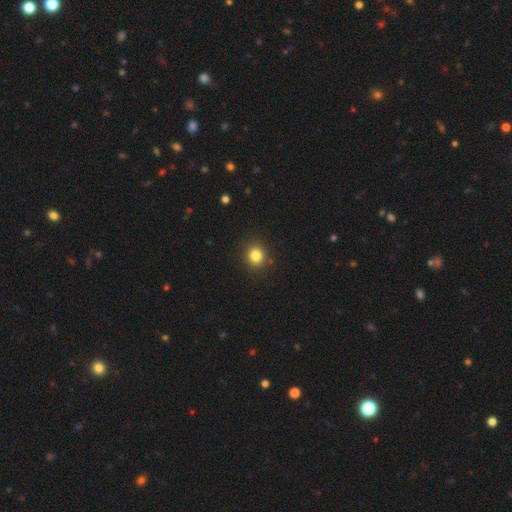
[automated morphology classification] A smooth galaxy with no disk features (83%) that is round (86%).

Vote fractions:
- Smooth or featured? smooth: 83% / star or artifact: 12% / featured or disk: 5%
- How rounded? round: 86% / in between: 13% / cigar-shaped: 1%
- Merging? none: 89% / minor disturbance: 7% / major disturbance: 2% / merger: 2%